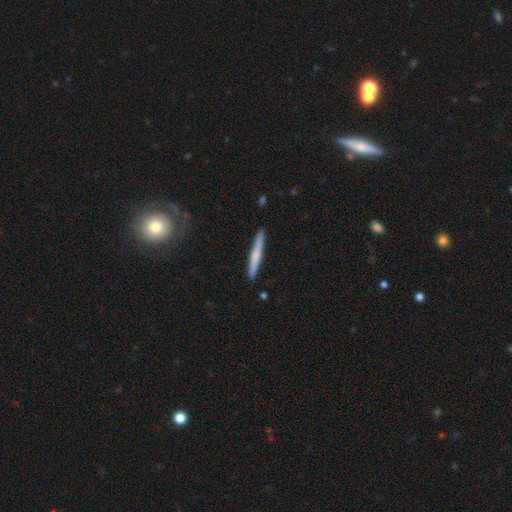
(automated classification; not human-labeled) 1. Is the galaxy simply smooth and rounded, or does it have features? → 54% smooth, 40% featured or disk, 6% star or artifact.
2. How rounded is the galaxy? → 96% cigar-shaped, 3% in between, 1% round.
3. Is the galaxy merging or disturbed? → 90% none, 7% minor disturbance, 2% major disturbance, 1% merger.